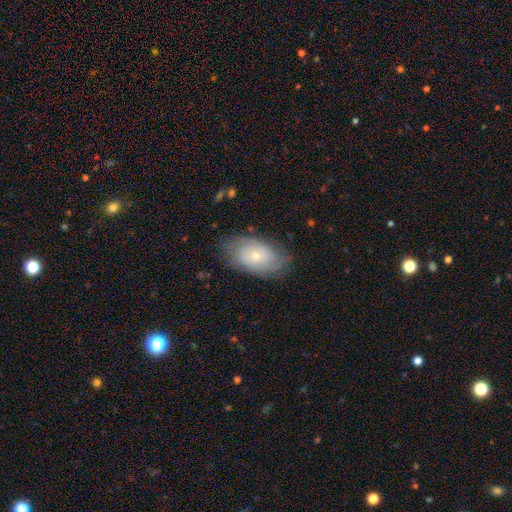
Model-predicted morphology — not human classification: smooth_or_featured: featured or disk (p=0.48) [alt: smooth p=0.44]
merging: none (p=0.76) [alt: minor disturbance p=0.17]